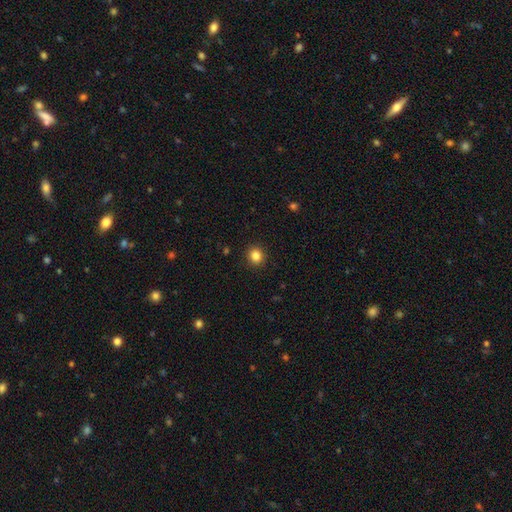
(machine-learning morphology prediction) Smooth or featured: smooth — 84% (star or artifact — 11%)
How rounded: round — 86% (in between — 13%)
Merging: none — 91% (minor disturbance — 6%)